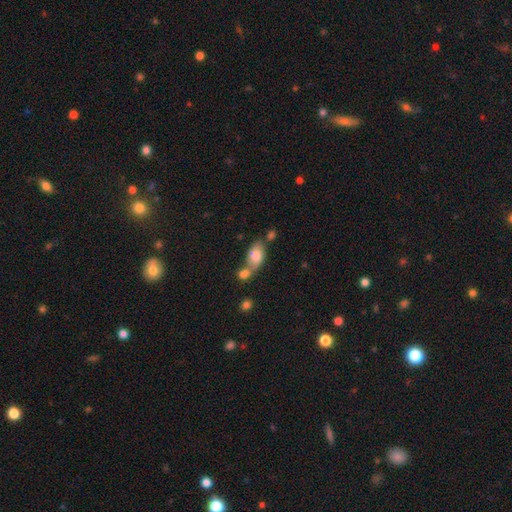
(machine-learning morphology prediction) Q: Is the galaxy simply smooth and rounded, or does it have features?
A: smooth — 75%.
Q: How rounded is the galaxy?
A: in between — 87%.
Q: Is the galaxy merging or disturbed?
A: merger — 41%.